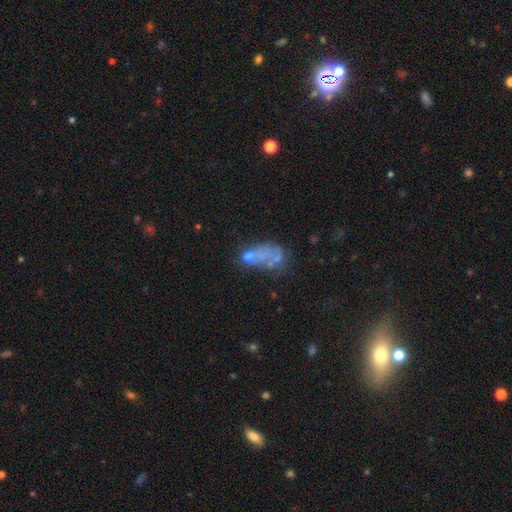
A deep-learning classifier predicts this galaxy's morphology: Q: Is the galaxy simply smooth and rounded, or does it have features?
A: smooth — 43%.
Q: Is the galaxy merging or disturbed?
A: none — 29%, tied with merger.